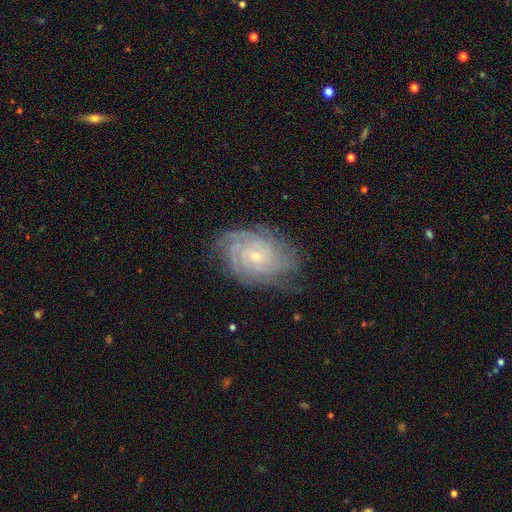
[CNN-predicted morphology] smooth_or_featured: featured or disk (p=0.86) [alt: smooth p=0.07]
disk_edge_on: no (p=0.96) [alt: yes p=0.04]
bar: no (p=0.76) [alt: weak p=0.20]
has_spiral_arms: yes (p=0.98) [alt: no p=0.02]
spiral_winding: tight (p=0.78) [alt: medium p=0.19]
spiral_arm_count: 4 (p=0.27) [alt: can't tell p=0.24]
bulge_size: small (p=0.76) [alt: moderate p=0.21]
merging: none (p=0.75) [alt: minor disturbance p=0.18]